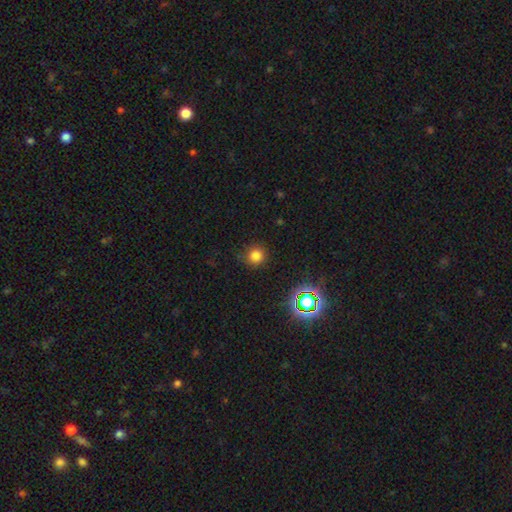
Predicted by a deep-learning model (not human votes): This appears to be a smooth galaxy with no disk features (78%) that is round (92%). Merging: none (84%).